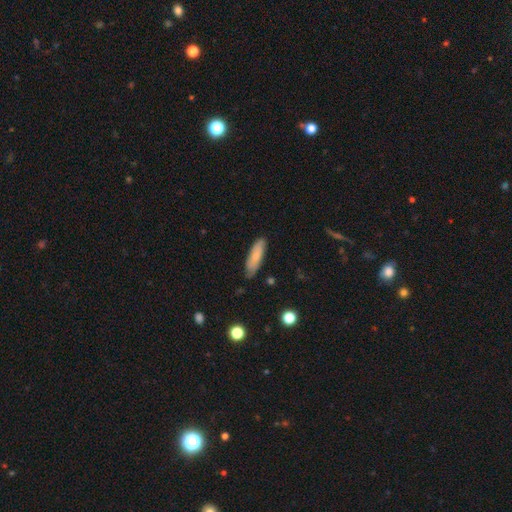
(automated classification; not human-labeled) Smooth or featured?
  - smooth: 75% *
  - featured or disk: 19%
  - star or artifact: 6%
How rounded?
  - cigar-shaped: 55% *
  - in between: 43%
  - round: 2%
Merging?
  - none: 78% *
  - minor disturbance: 18%
  - major disturbance: 3%
  - merger: 2%